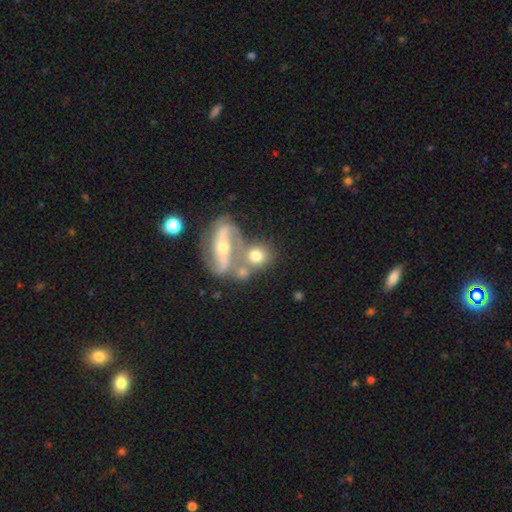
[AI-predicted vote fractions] A smooth galaxy with no disk features (52%) that is round (66%). Merging: none (42%).